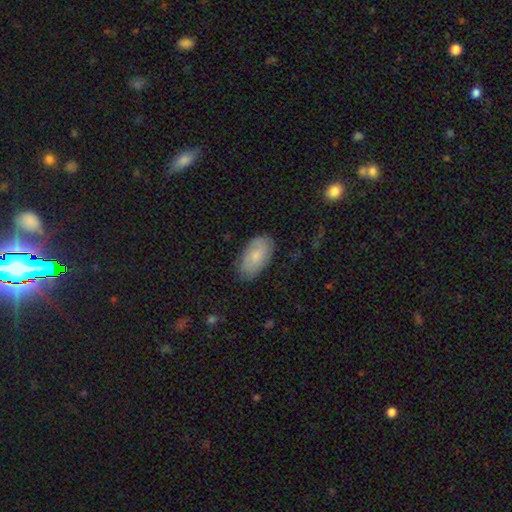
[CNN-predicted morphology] smooth-or-featured: smooth: 75% | featured or disk: 19% | star or artifact: 6%
  how-rounded: in between: 94% | round: 3% | cigar-shaped: 3%
  merging: none: 79% | minor disturbance: 16% | major disturbance: 3% | merger: 1%